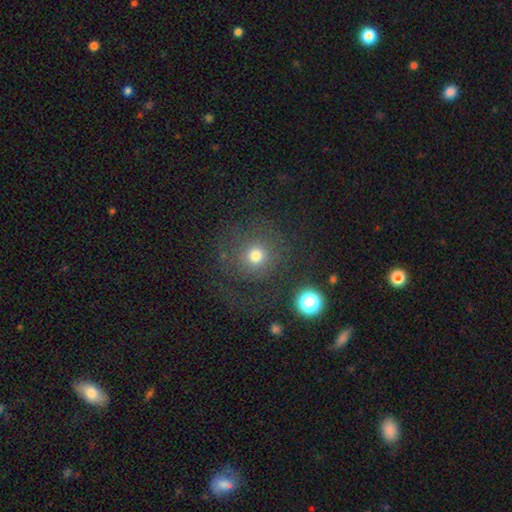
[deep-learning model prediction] Q: Smooth or featured?
A: smooth (63%); runner-up: star or artifact (19%)
Q: How rounded?
A: round (91%); runner-up: in between (8%)
Q: Merging?
A: none (70%); runner-up: major disturbance (15%)